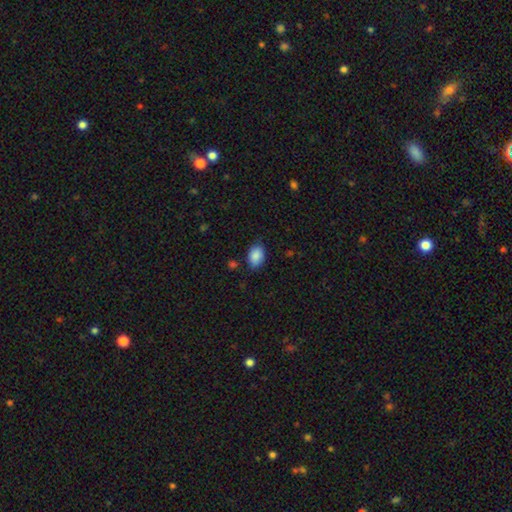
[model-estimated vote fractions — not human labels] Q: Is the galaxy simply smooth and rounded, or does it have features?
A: smooth — 88%.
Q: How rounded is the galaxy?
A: in between — 84%.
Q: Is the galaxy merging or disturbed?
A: none — 80%.